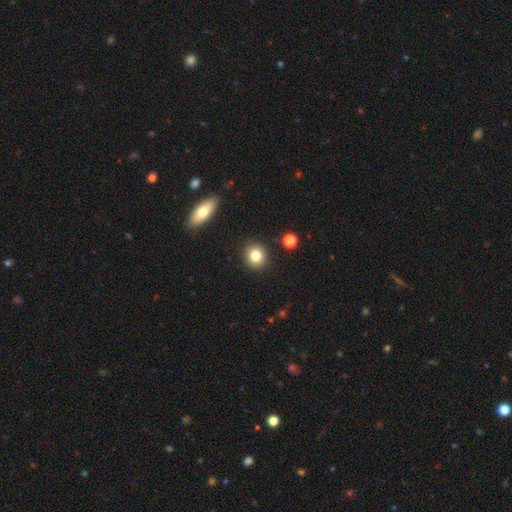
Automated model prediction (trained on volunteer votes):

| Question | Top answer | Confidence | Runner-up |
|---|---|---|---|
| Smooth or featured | smooth | 81% | star or artifact (11%) |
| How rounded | round | 85% | in between (14%) |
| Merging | none | 90% | minor disturbance (6%) |